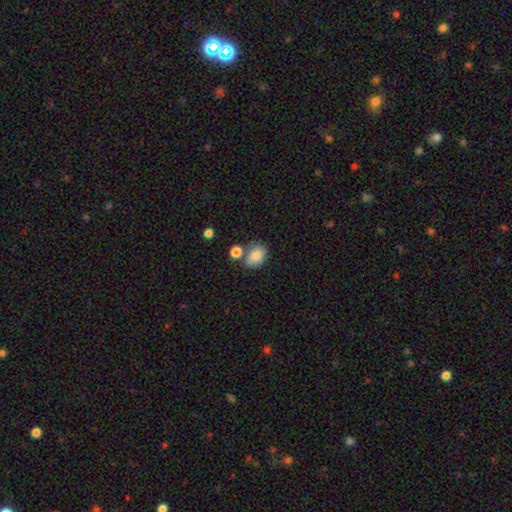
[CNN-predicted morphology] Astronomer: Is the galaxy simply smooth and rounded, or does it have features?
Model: smooth — 84%.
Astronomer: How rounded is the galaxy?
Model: in between — 67%.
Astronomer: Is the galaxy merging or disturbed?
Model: none — 57%.